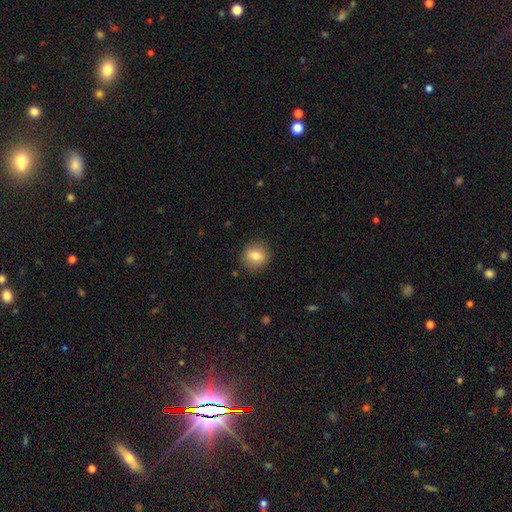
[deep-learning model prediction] This appears to be a smooth galaxy with no disk features (80%) that is round (85%). Merging: none (87%).